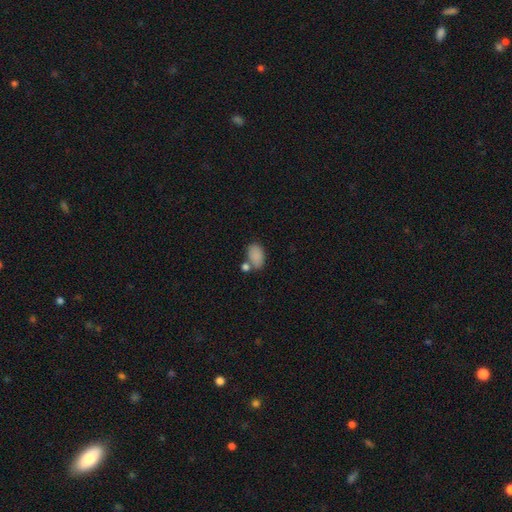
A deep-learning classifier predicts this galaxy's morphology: Smooth or featured?
  - smooth: 85% *
  - star or artifact: 9%
  - featured or disk: 7%
How rounded?
  - in between: 90% *
  - round: 8%
  - cigar-shaped: 1%
Merging?
  - none: 57% *
  - merger: 24%
  - minor disturbance: 15%
  - major disturbance: 5%